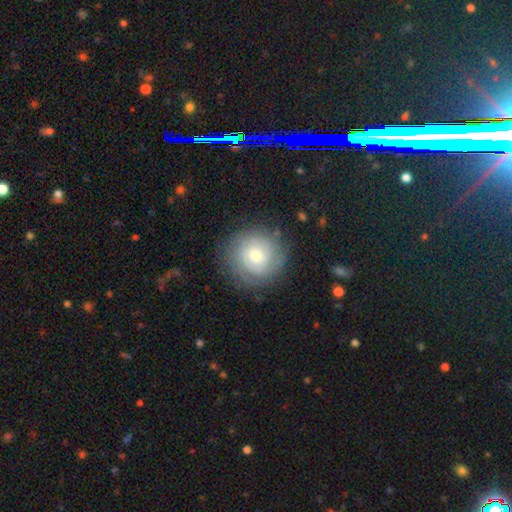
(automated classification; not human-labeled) smooth-or-featured: featured or disk: 52% | smooth: 39% | star or artifact: 9%
  disk-edge-on: no: 97% | yes: 3%
    bar: no: 75% | weak: 21% | strong: 4%
    has-spiral-arms: yes: 80% | no: 20%
    bulge-size: moderate: 47% (tied) | small: 47% (tied) | large: 4% | dominant: 1% | none: 1%
  merging: none: 82% | minor disturbance: 12% | major disturbance: 5% | merger: 1%